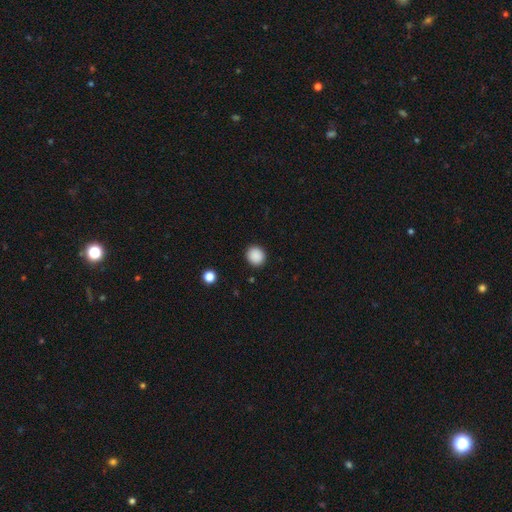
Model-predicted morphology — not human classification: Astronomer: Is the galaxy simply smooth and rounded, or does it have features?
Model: smooth — 89%.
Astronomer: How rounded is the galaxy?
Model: round — 87%.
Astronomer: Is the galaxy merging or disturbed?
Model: none — 91%.